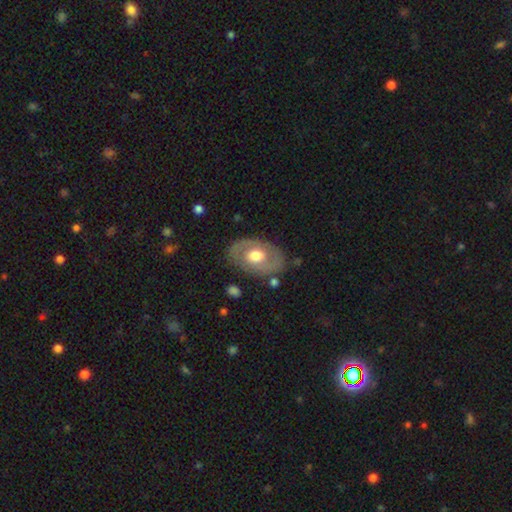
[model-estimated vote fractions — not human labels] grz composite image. It shows a featured or disk galaxy (57%) with no bar (72%), no spiral arms (63%) and a moderate central bulge (62%). Merging: none (77%).